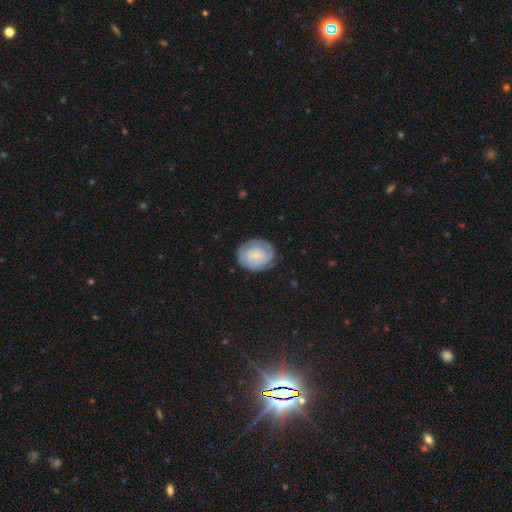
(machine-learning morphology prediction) Smooth or featured? featured or disk (62%)
Edge-on disk? no (98%)
Bar? no (78%)
Spiral arms? yes (89%)
Spiral winding? tight (72%)
Spiral arm count? can't tell (39%)
Bulge size? small (75%)
Merging? none (77%)